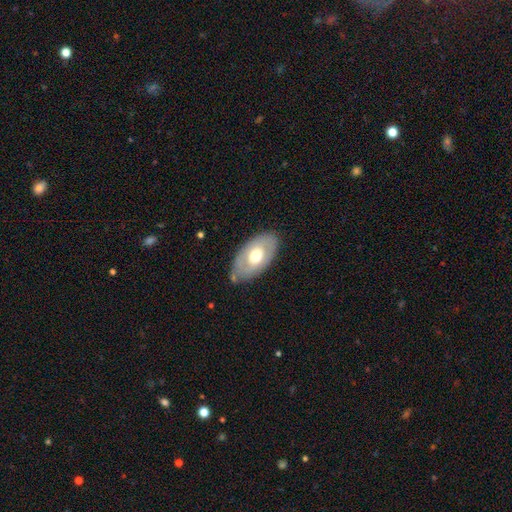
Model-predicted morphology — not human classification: Smooth or featured?
  - smooth: 52% *
  - featured or disk: 42%
  - star or artifact: 5%
How rounded?
  - in between: 93% *
  - round: 5%
  - cigar-shaped: 2%
Merging?
  - none: 76% *
  - minor disturbance: 17%
  - major disturbance: 4%
  - merger: 2%